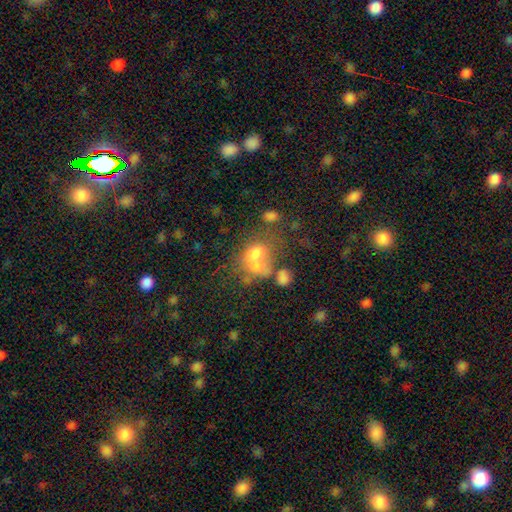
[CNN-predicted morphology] smooth 60%, featured or disk 23%, star or artifact 17%. Down the decision tree: how rounded — in between (52%); merging — merger (46%).